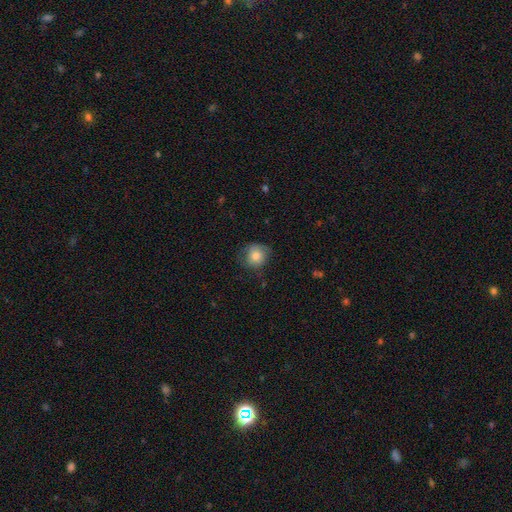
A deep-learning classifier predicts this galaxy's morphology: Q: Smooth or featured?
A: smooth (77%); runner-up: featured or disk (14%)
Q: How rounded?
A: round (83%); runner-up: in between (17%)
Q: Merging?
A: none (65%); runner-up: minor disturbance (26%)